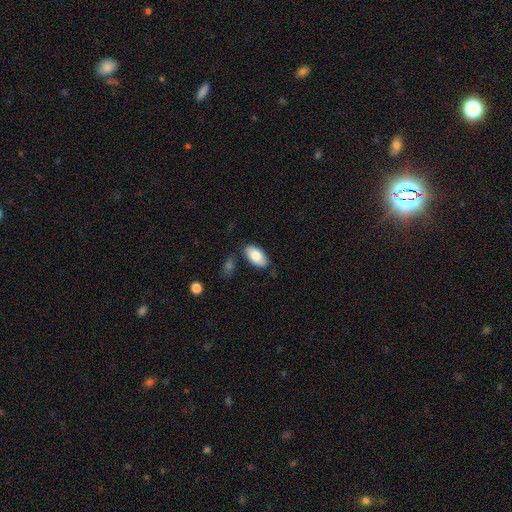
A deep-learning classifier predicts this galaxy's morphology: Smooth or featured? Predicted: smooth (p=0.81). How rounded? Predicted: in between (p=0.95). Merging? Predicted: none (p=0.79).